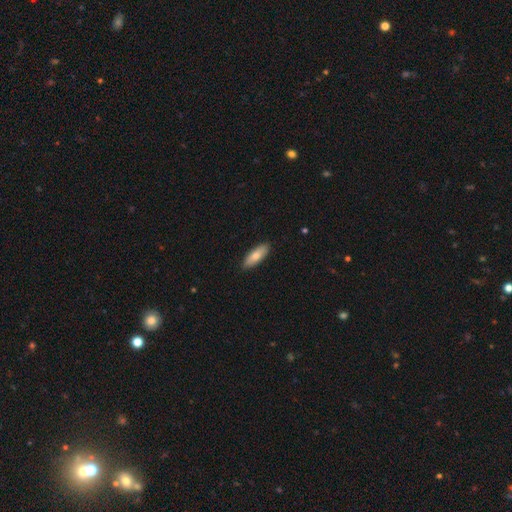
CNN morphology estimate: smooth_or_featured: smooth (p=0.79) [alt: featured or disk p=0.16]
how_rounded: in between (p=0.66) [alt: cigar-shaped p=0.32]
merging: none (p=0.89) [alt: minor disturbance p=0.09]